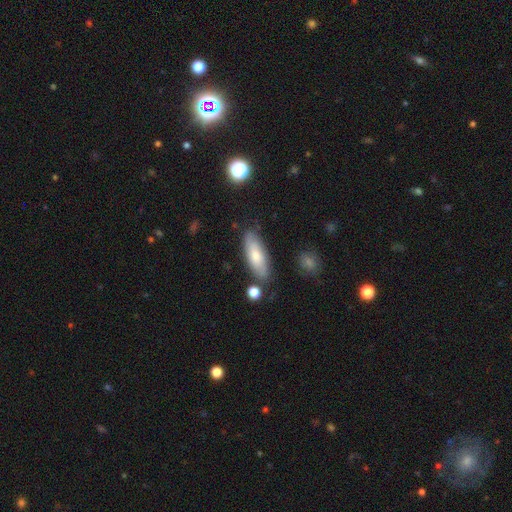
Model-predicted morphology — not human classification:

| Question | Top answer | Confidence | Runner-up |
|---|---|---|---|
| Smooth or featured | smooth | 70% | featured or disk (24%) |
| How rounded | in between | 65% | cigar-shaped (33%) |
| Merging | none | 79% | minor disturbance (14%) |